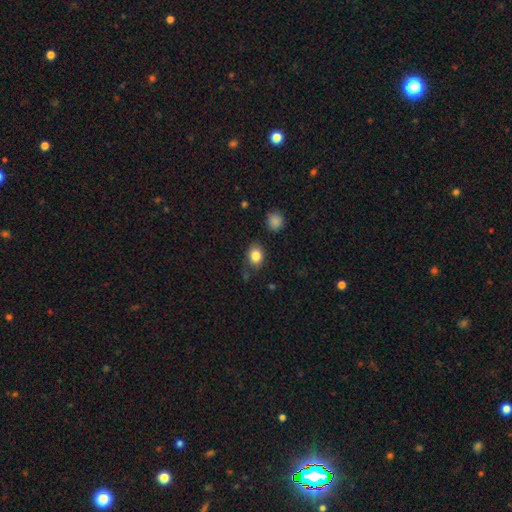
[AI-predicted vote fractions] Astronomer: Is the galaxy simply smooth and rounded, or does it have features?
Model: smooth — 84%.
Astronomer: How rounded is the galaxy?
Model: in between — 55% (runner-up: round, 44%).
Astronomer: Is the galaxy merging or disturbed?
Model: none — 76%.